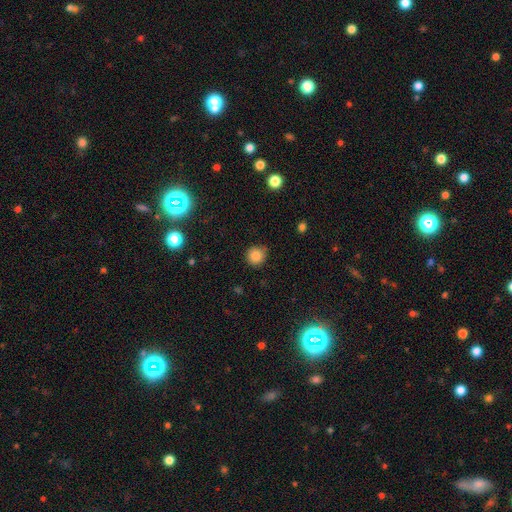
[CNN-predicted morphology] Smooth or featured?
  - smooth: 84% *
  - star or artifact: 11%
  - featured or disk: 4%
How rounded?
  - round: 91% *
  - in between: 8%
  - cigar-shaped: 1%
Merging?
  - none: 80% *
  - minor disturbance: 16%
  - major disturbance: 3%
  - merger: 1%